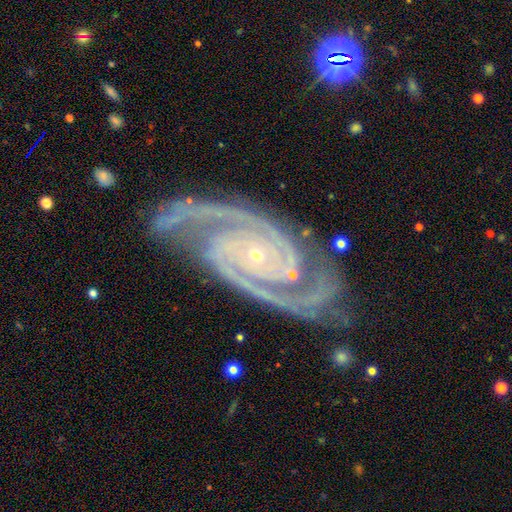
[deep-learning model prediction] Smooth or featured?
  - featured or disk: 94% *
  - star or artifact: 4%
  - smooth: 2%
Edge-on disk?
  - no: 98% *
  - yes: 2%
Bar?
  - no: 72% *
  - weak: 17%
  - strong: 12%
Spiral arms?
  - yes: 99% *
  - no: 1%
Spiral winding?
  - tight: 62% *
  - medium: 33%
  - loose: 4%
Spiral arm count?
  - 2: 83% *
  - 3: 7%
  - can't tell: 3%
  - 4: 3%
  - more than 4: 2%
  - 1: 2%
Bulge size?
  - small: 88% *
  - moderate: 9%
  - none: 1%
  - large: 1%
  - dominant: 1%
Merging?
  - none: 78% *
  - minor disturbance: 15%
  - major disturbance: 5%
  - merger: 2%